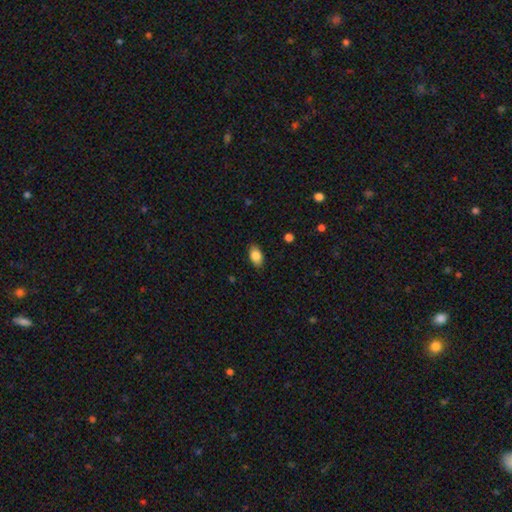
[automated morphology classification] A smooth galaxy with no disk features (84%) that is in between round and cigar-shaped (91%). Merging: none (87%).